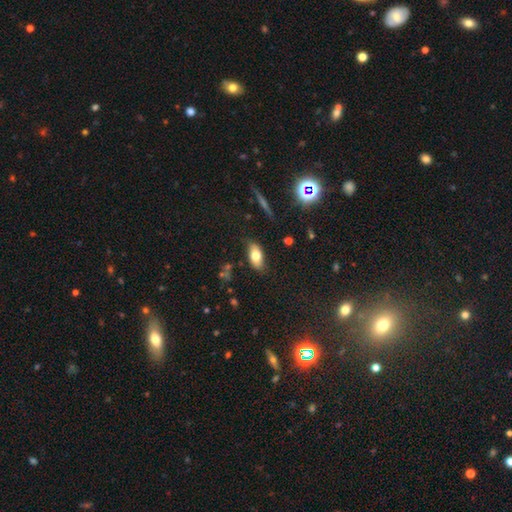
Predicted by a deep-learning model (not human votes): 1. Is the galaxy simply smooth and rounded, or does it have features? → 76% smooth, 16% featured or disk, 8% star or artifact.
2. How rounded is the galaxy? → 90% in between, 5% cigar-shaped, 4% round.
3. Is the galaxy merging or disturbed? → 79% none, 15% minor disturbance, 4% major disturbance, 2% merger.